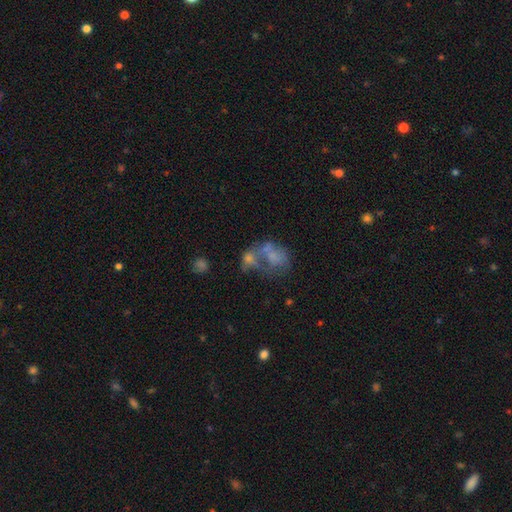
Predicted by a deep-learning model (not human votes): Smooth or featured? Predicted: featured or disk (p=0.43). Merging? Predicted: merger (p=0.54).